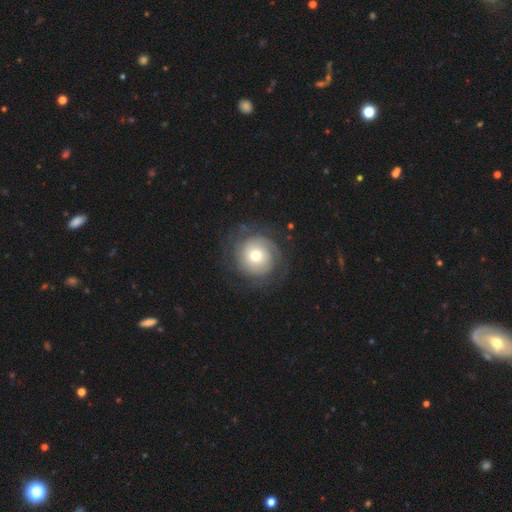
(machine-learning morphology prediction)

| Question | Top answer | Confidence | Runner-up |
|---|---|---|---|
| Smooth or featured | featured or disk | 57% | smooth (35%) |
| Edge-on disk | no | 97% | yes (3%) |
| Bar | no | 82% | weak (15%) |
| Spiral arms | yes | 82% | no (18%) |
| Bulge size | moderate | 65% | small (18%) |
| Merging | none | 76% | minor disturbance (13%) |